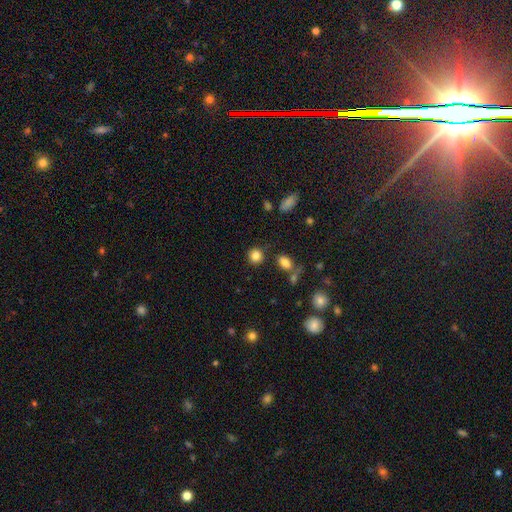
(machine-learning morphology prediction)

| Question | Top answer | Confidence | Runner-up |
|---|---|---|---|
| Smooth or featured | smooth | 84% | star or artifact (11%) |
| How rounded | round | 86% | in between (13%) |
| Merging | none | 83% | minor disturbance (9%) |